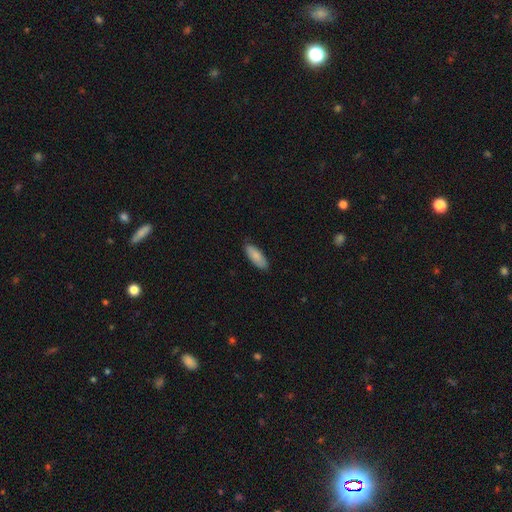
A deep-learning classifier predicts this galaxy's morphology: smooth_or_featured: smooth (p=0.86) [alt: featured or disk p=0.09]
how_rounded: in between (p=0.72) [alt: cigar-shaped p=0.26]
merging: none (p=0.85) [alt: minor disturbance p=0.13]